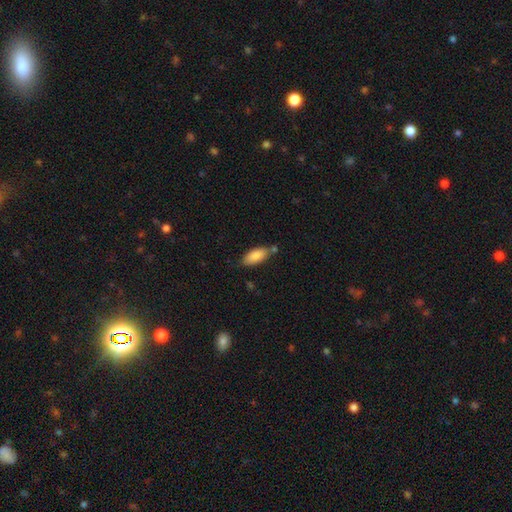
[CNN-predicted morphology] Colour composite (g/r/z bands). It shows a smooth galaxy with no disk features (85%) that is in between round and cigar-shaped (85%). Merging: none (65%).